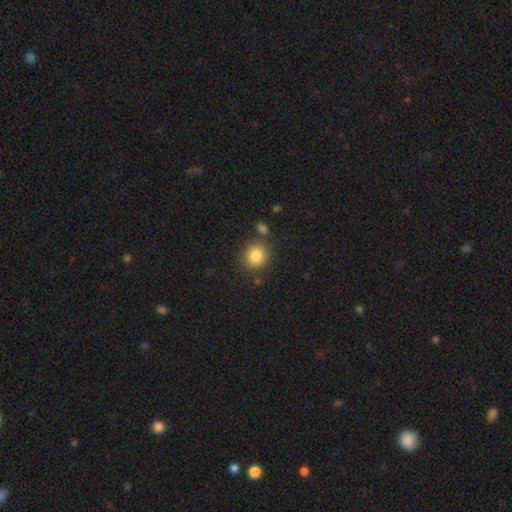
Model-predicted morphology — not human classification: This is clearly a smooth galaxy (85%). How rounded: clearly round (82%). Merging: likely none (80%).